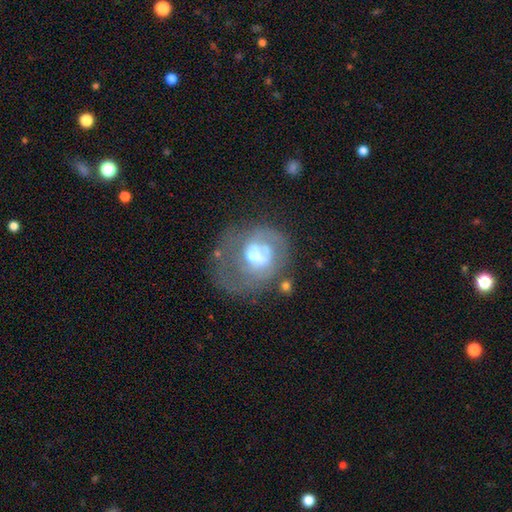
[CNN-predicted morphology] This is likely a featured or disk galaxy (61%). It is clearly not viewed edge-on (97%). Bar: likely no (62%). Spiral arm pattern: likely no (61%). Central bulge: marginally moderate (43%). Merging: marginally major disturbance (35%, tied with none).